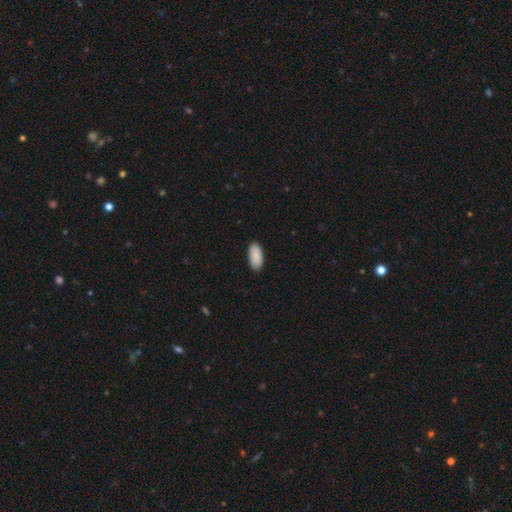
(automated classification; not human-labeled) smooth 88%, featured or disk 6%, star or artifact 6%. Down the decision tree: how rounded — in between (93%); merging — none (88%).